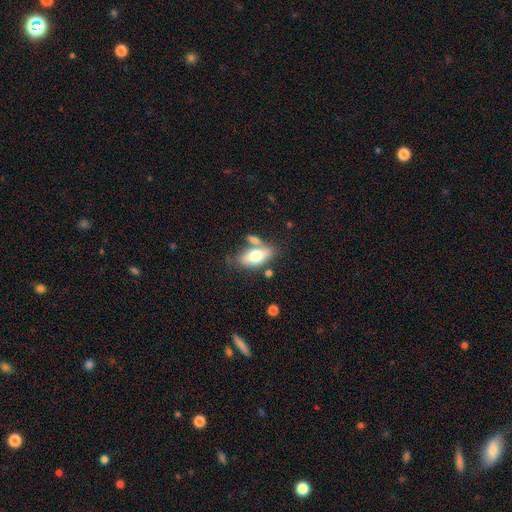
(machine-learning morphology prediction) A smooth galaxy with no disk features (69%) that is in between round and cigar-shaped (87%).

Vote fractions:
- Smooth or featured? smooth: 69% / featured or disk: 25% / star or artifact: 7%
- How rounded? in between: 87% / cigar-shaped: 8% / round: 4%
- Merging? none: 56% / merger: 22% / minor disturbance: 16% / major disturbance: 6%